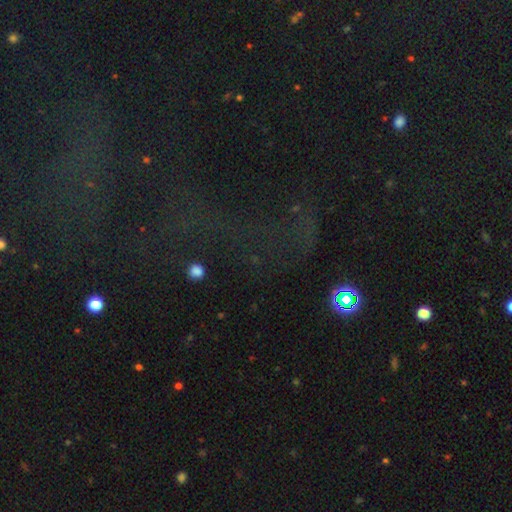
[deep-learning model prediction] A star or artifact, not a galaxy (63%).

Vote fractions:
- Smooth or featured? star or artifact: 63% / smooth: 21% / featured or disk: 15%